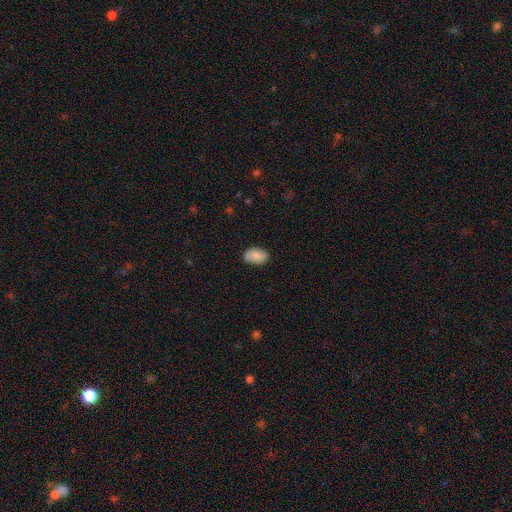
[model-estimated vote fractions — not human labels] This appears to be a smooth galaxy with no disk features (77%) that is in between round and cigar-shaped (90%). Merging: none (80%).